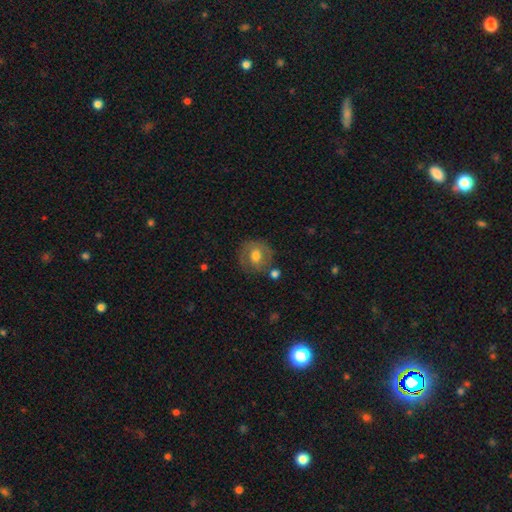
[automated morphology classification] Smooth or featured: smooth — 54% (featured or disk — 38%)
How rounded: round — 82% (in between — 17%)
Merging: none — 74% (minor disturbance — 15%)